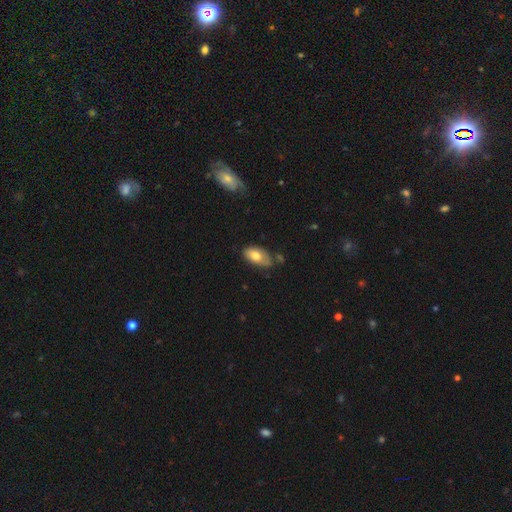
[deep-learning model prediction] Smooth or featured: smooth — 72% (featured or disk — 21%)
How rounded: in between — 93% (round — 4%)
Merging: none — 60% (minor disturbance — 28%)